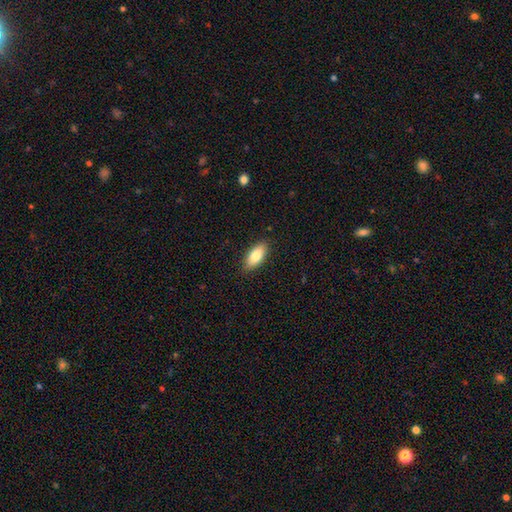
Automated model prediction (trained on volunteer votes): Q: Smooth or featured?
A: smooth (82%); runner-up: featured or disk (12%)
Q: How rounded?
A: in between (85%); runner-up: cigar-shaped (13%)
Q: Merging?
A: none (88%); runner-up: minor disturbance (9%)